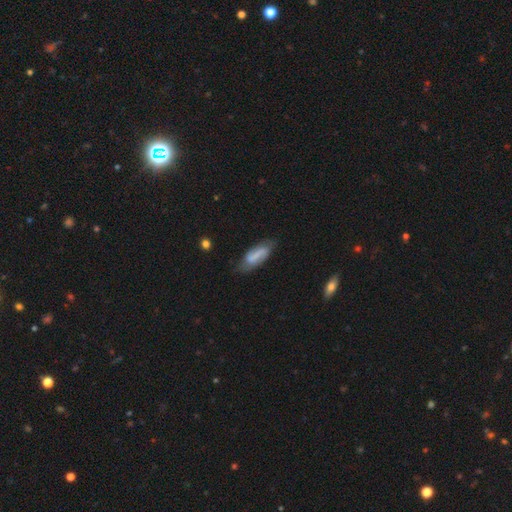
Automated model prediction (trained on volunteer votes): smooth_or_featured: featured or disk (p=0.47) [alt: smooth p=0.46]
merging: none (p=0.70) [alt: minor disturbance p=0.22]